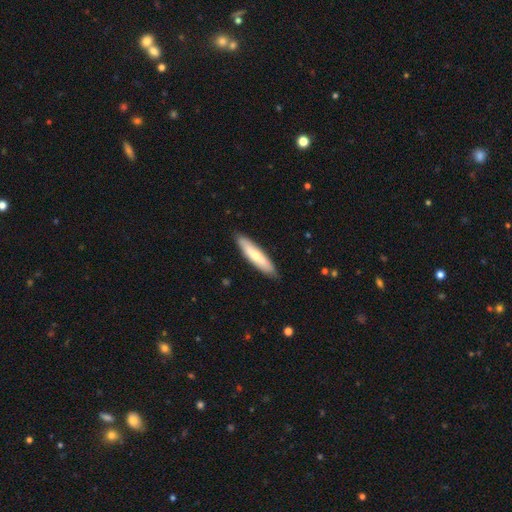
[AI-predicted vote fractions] Q: Smooth or featured?
A: smooth (65%); runner-up: featured or disk (30%)
Q: How rounded?
A: cigar-shaped (78%); runner-up: in between (20%)
Q: Merging?
A: none (87%); runner-up: minor disturbance (10%)